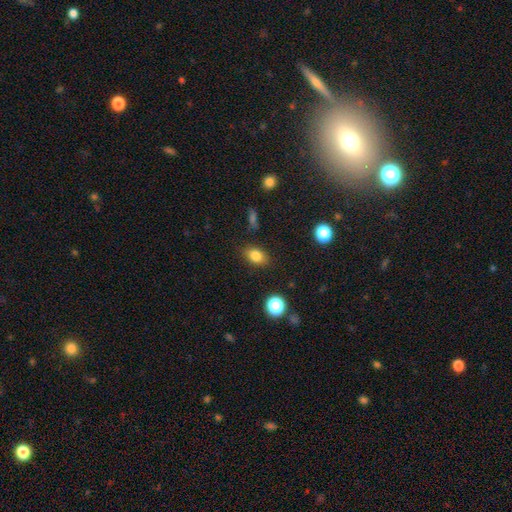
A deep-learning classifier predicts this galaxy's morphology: This appears to be a smooth galaxy with no disk features (81%) that is in between round and cigar-shaped (74%). Merging: none (84%).